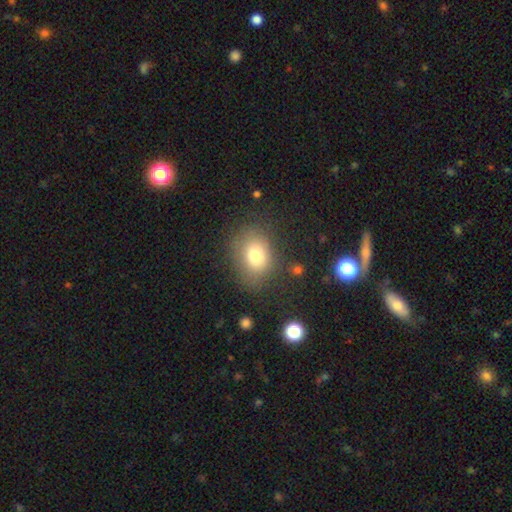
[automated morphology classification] smooth_or_featured: smooth (p=0.76) [alt: star or artifact p=0.12]
how_rounded: in between (p=0.52) [alt: round p=0.47]
merging: none (p=0.75) [alt: minor disturbance p=0.15]